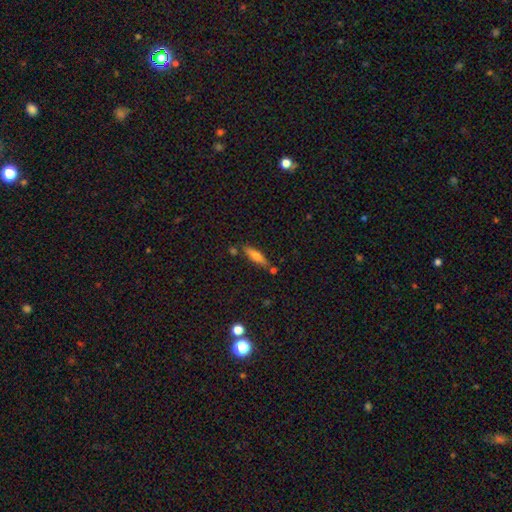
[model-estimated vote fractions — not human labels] The model was most divided on "smooth or featured": smooth: 61%, featured or disk: 31%, star or artifact: 8%. More confident: merging — none (72%); how rounded — cigar-shaped (72%).